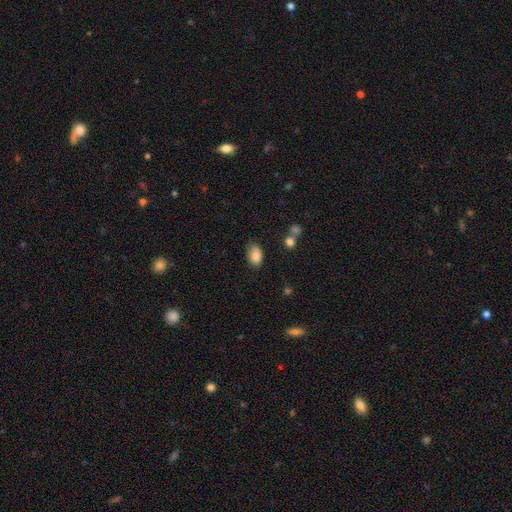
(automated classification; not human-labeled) Overall: smooth (87%). How rounded: in between (91%). Merging: none (73%).